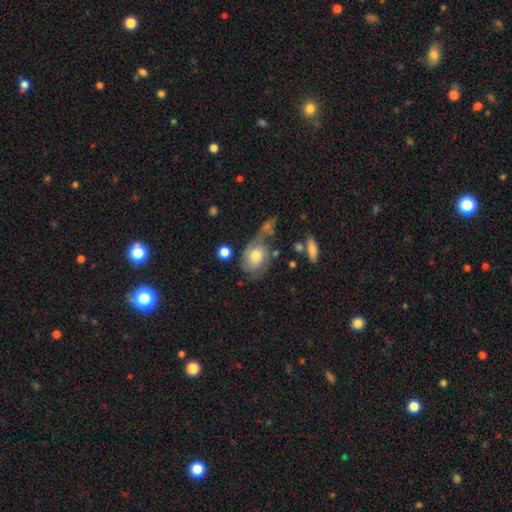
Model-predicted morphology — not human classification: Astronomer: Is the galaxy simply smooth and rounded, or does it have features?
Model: smooth — 46%, tied with featured or disk at 46%.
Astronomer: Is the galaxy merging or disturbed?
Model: none — 35% (runner-up: minor disturbance, 24%).